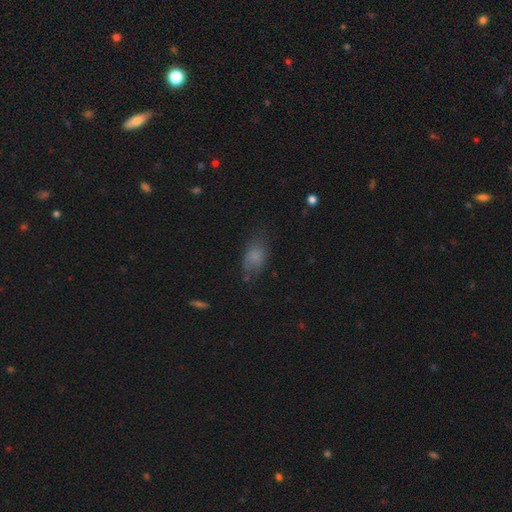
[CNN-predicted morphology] Smooth or featured? smooth (73%)
How rounded? in between (82%)
Merging? none (58%)